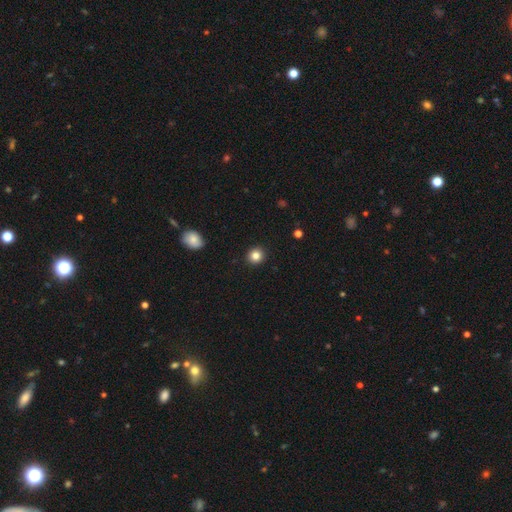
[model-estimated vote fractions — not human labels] A smooth galaxy with no disk features (84%) that is round (90%). Merging: none (93%).